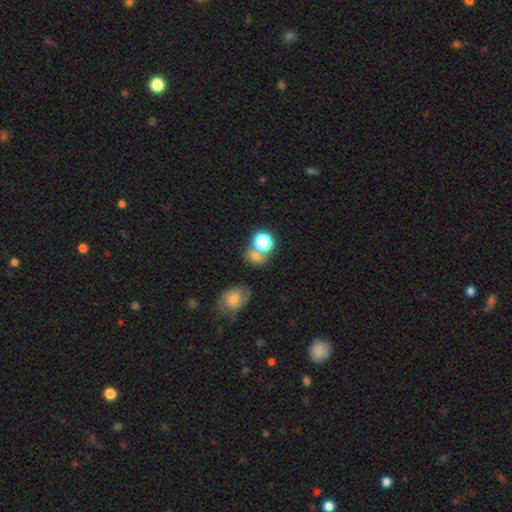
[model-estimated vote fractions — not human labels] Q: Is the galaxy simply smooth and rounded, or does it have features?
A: smooth — 62%.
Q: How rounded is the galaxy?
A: round — 63%.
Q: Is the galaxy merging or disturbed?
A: none — 50%.